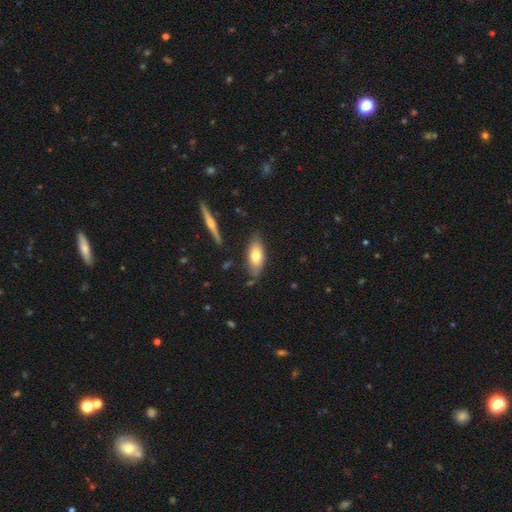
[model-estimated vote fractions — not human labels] Smooth or featured? smooth (69%)
How rounded? in between (81%)
Merging? none (78%)